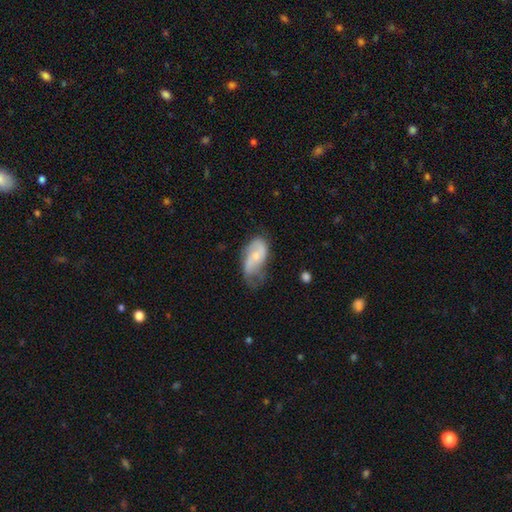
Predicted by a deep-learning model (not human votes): Smooth or featured?
  - featured or disk: 60% *
  - smooth: 33%
  - star or artifact: 6%
Edge-on disk?
  - no: 95% *
  - yes: 5%
Bar?
  - no: 64% *
  - weak: 29%
  - strong: 7%
Spiral arms?
  - yes: 82% *
  - no: 18%
Bulge size?
  - small: 55% *
  - moderate: 38%
  - none: 4%
  - large: 2%
  - dominant: 1%
Merging?
  - minor disturbance: 37% *
  - none: 35%
  - major disturbance: 25%
  - merger: 3%